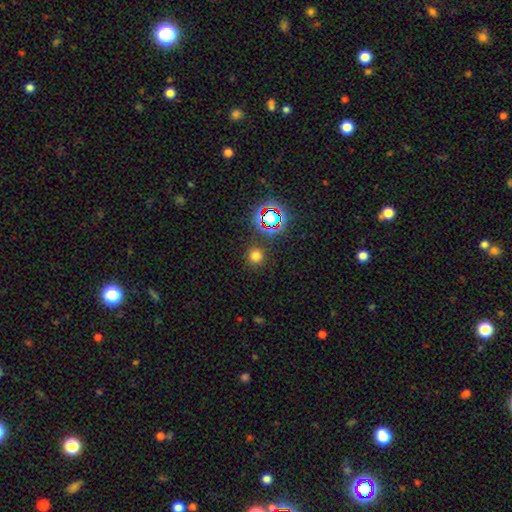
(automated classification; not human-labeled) A smooth galaxy with no disk features (70%) that is round (94%).

Vote fractions:
- Smooth or featured? smooth: 70% / star or artifact: 24% / featured or disk: 6%
- How rounded? round: 94% / in between: 5% / cigar-shaped: 1%
- Merging? none: 88% / minor disturbance: 7% / major disturbance: 3% / merger: 2%